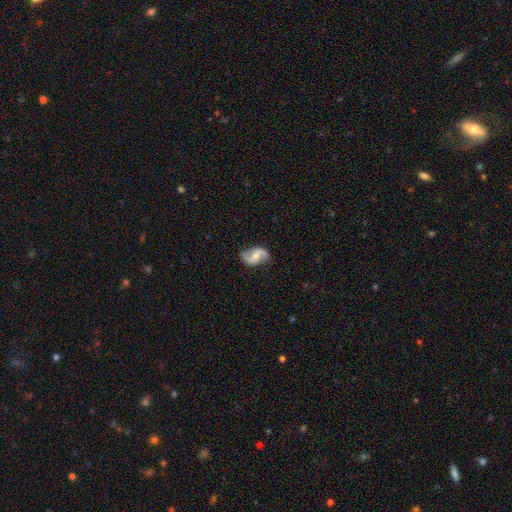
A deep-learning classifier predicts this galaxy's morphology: This is likely a featured or disk galaxy (79%). It is clearly not viewed edge-on (97%). Bar: possibly weak (47%). Spiral arm pattern: clearly yes (95%). Spiral arm count: clearly 2 (92%). Spiral winding: likely loose (61%). Central bulge: marginally small (39%). Merging: likely none (77%).